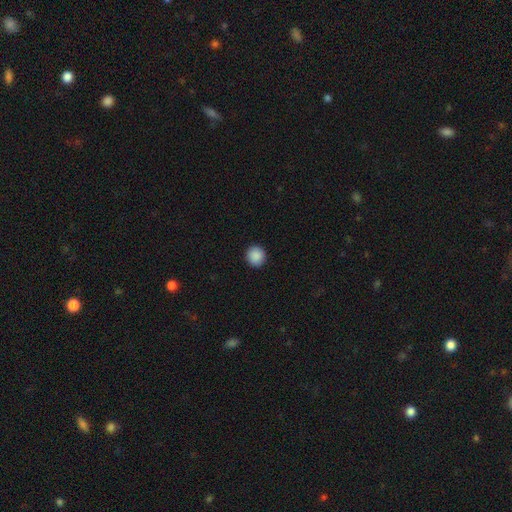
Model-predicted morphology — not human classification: This is clearly a smooth galaxy (90%). How rounded: clearly round (93%). Merging: clearly none (93%).